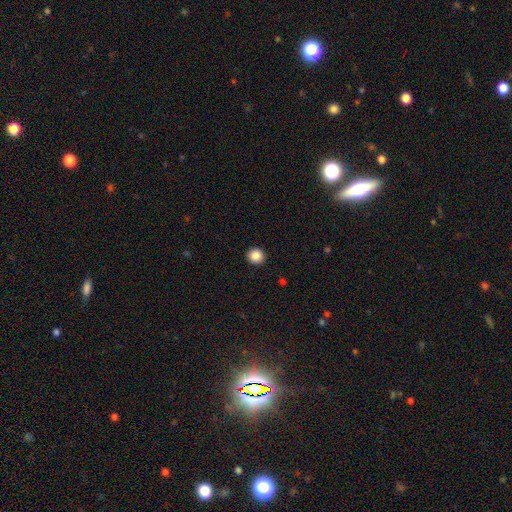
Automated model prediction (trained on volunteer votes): Smooth or featured? smooth (87%)
How rounded? round (92%)
Merging? none (93%)